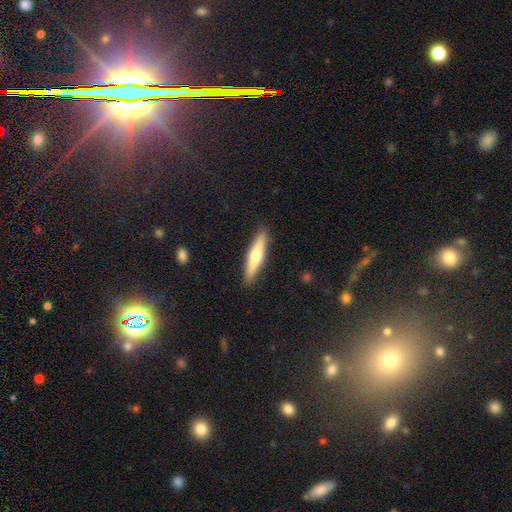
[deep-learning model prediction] This appears to be a smooth galaxy with no disk features (59%) that is cigar-shaped (84%). Merging: none (90%).